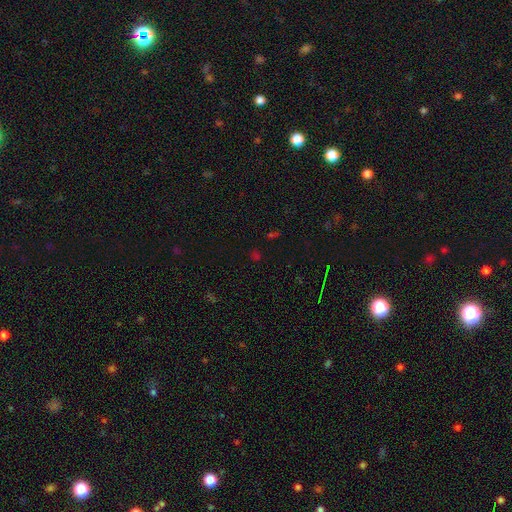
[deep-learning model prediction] This is possibly a star or artifact rather than a galaxy (55%).